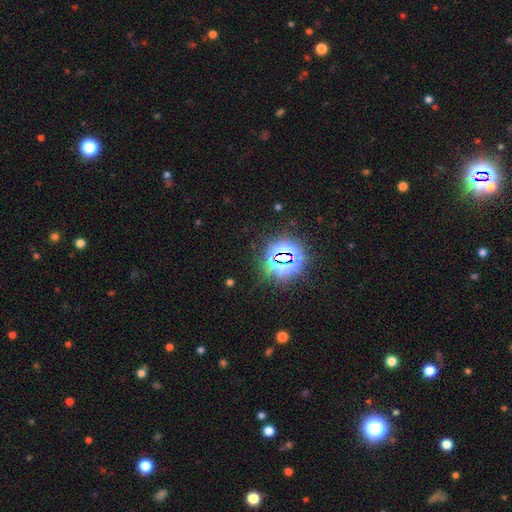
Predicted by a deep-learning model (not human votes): Smooth or featured? star or artifact (80%)